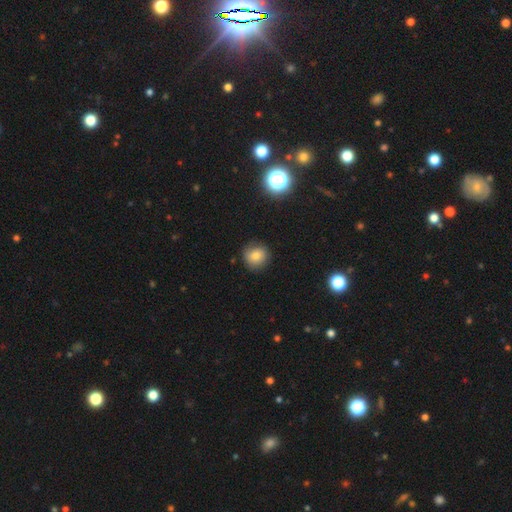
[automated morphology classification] type=smooth (77%); roundness=round (90%); merging=none (84%).